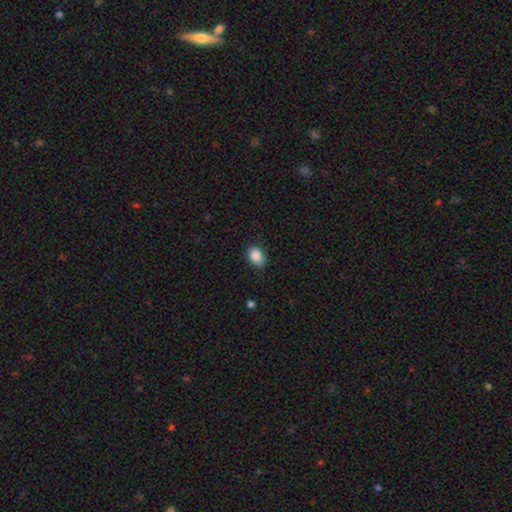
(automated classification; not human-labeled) smooth 88%, star or artifact 8%, featured or disk 4%. Down the decision tree: how rounded — in between (72%); merging — none (80%).